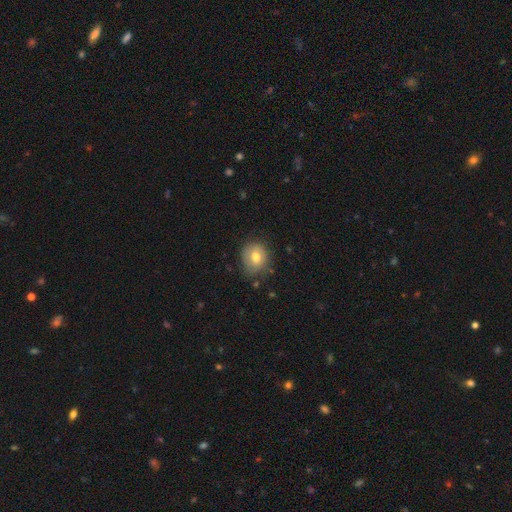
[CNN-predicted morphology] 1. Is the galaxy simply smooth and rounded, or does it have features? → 72% smooth, 20% featured or disk, 9% star or artifact.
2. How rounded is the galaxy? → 67% round, 33% in between, 1% cigar-shaped.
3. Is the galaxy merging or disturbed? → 73% none, 21% minor disturbance, 5% major disturbance, 2% merger.